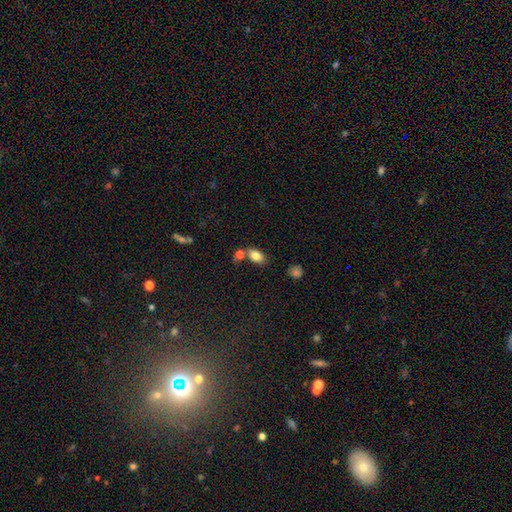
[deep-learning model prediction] The model was most divided on "merging": none: 63%, merger: 20%, minor disturbance: 13%, major disturbance: 4%. More confident: how rounded — in between (88%); smooth or featured — smooth (82%).